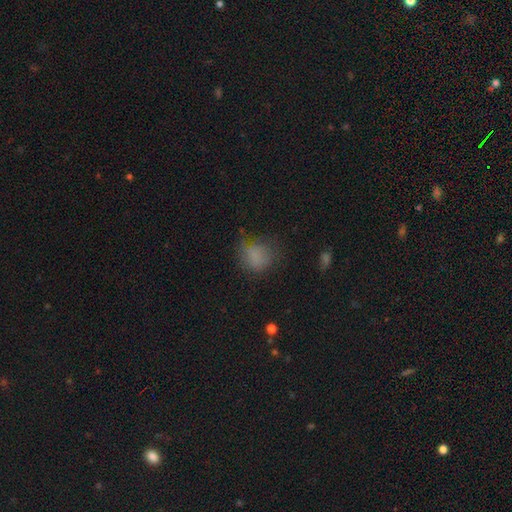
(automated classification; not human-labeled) Smooth or featured?
  - smooth: 74% *
  - star or artifact: 13%
  - featured or disk: 13%
How rounded?
  - round: 70% *
  - in between: 29%
  - cigar-shaped: 1%
Merging?
  - none: 53% *
  - minor disturbance: 27%
  - major disturbance: 17%
  - merger: 2%